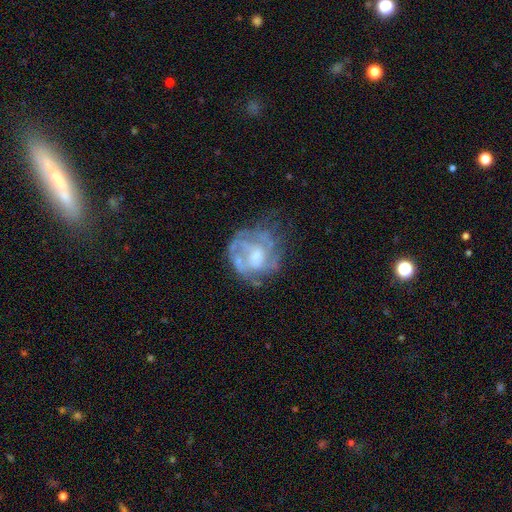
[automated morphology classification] Q: Smooth or featured?
A: featured or disk (73%); runner-up: smooth (19%)
Q: Edge-on disk?
A: no (98%); runner-up: yes (2%)
Q: Bar?
A: no (66%); runner-up: weak (28%)
Q: Spiral arms?
A: yes (61%); runner-up: no (39%)
Q: Bulge size?
A: moderate (46%); runner-up: small (27%)
Q: Merging?
A: none (48%); runner-up: major disturbance (24%)